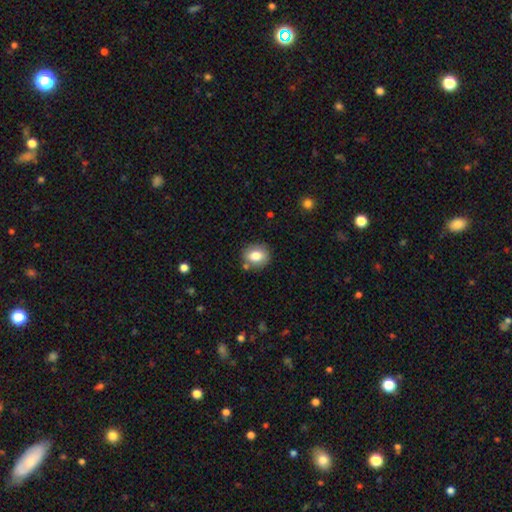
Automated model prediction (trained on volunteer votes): This is likely a smooth galaxy (79%). How rounded: likely round (63%). Merging: likely none (79%).